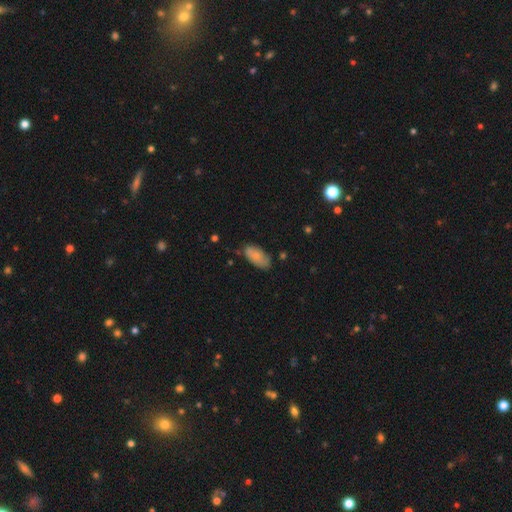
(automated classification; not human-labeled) Smooth or featured? Predicted: smooth (p=0.77). How rounded? Predicted: in between (p=0.92). Merging? Predicted: none (p=0.66).